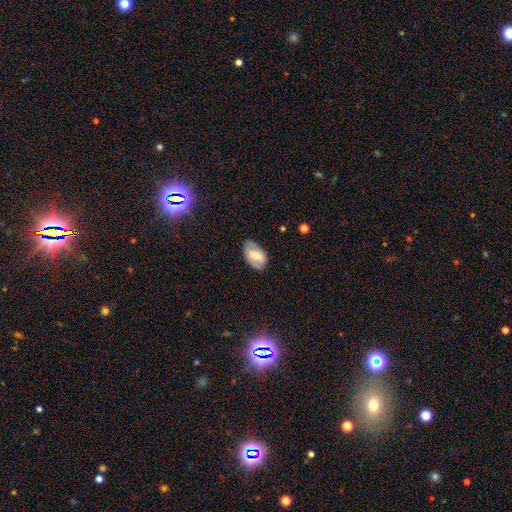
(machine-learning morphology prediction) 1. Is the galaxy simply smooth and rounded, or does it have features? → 63% smooth, 30% featured or disk, 7% star or artifact.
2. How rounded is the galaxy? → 92% in between, 6% round, 2% cigar-shaped.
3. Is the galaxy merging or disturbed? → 74% none, 20% minor disturbance, 4% major disturbance, 1% merger.